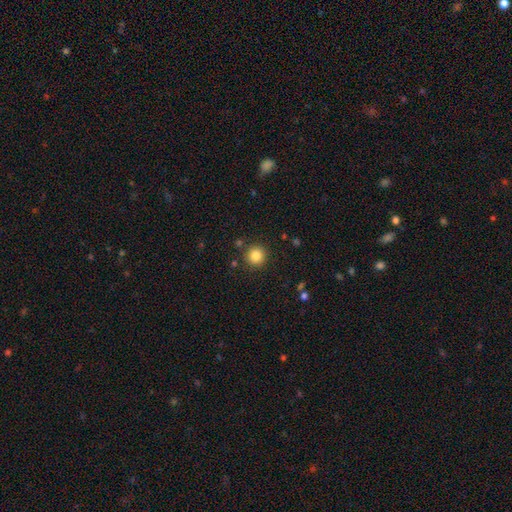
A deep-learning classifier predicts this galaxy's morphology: The model was most divided on "smooth or featured": smooth: 84%, star or artifact: 11%, featured or disk: 5%. More confident: how rounded — round (95%); merging — none (88%).